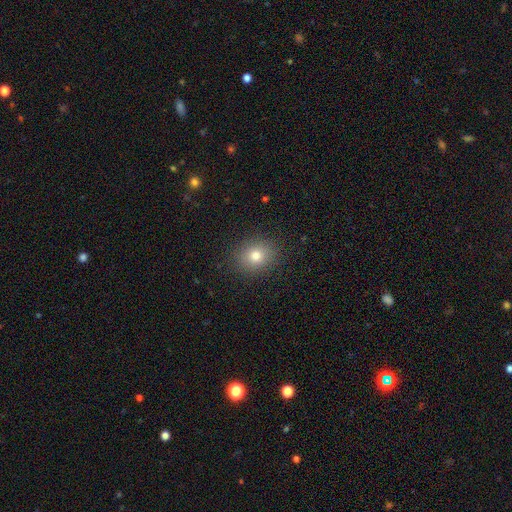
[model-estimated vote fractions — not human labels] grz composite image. It shows a smooth galaxy with no disk features (79%) that is round (63%). Merging: none (89%).